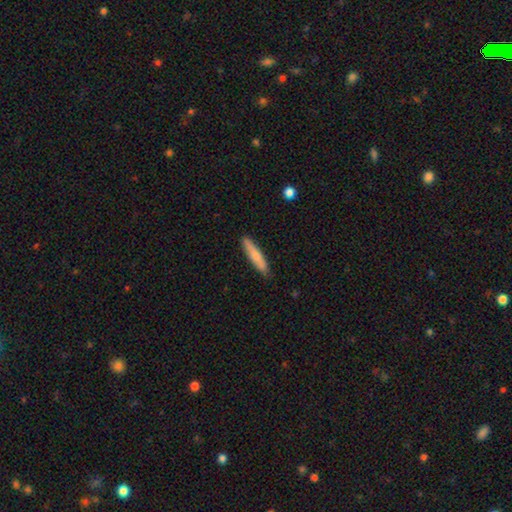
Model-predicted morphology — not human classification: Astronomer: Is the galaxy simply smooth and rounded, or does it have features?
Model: smooth — 74%.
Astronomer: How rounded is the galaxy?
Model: cigar-shaped — 89%.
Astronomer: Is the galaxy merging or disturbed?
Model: none — 87%.